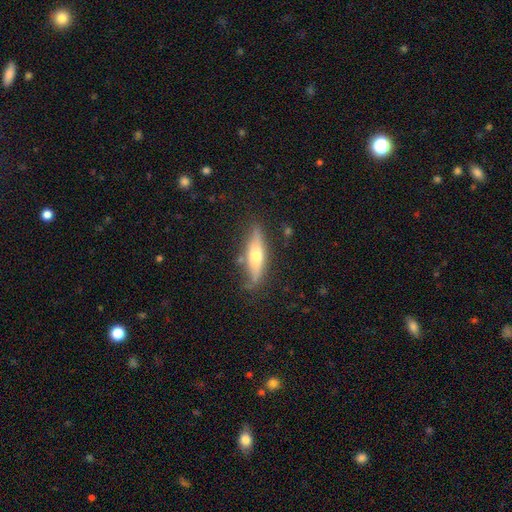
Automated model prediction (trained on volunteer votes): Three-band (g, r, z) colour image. It shows a featured or disk galaxy (52%) viewed edge-on (84%). Merging: none (75%).